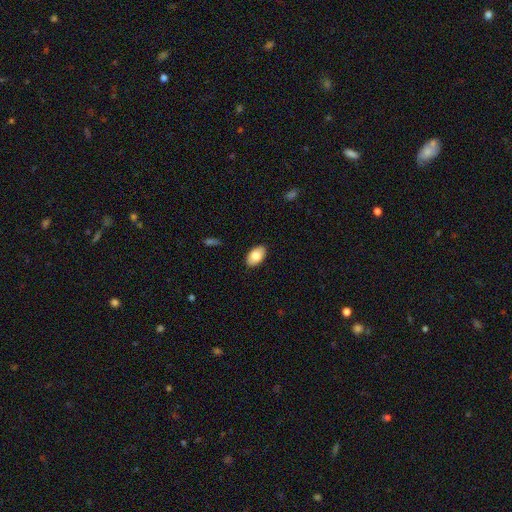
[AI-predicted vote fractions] The model was most divided on "smooth or featured": smooth: 83%, featured or disk: 10%, star or artifact: 7%. More confident: how rounded — in between (93%); merging — none (88%).